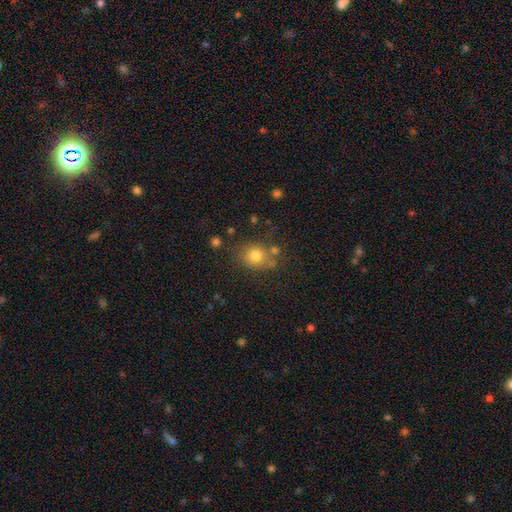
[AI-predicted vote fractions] Smooth or featured?
  - smooth: 78% *
  - star or artifact: 13%
  - featured or disk: 9%
How rounded?
  - round: 73% *
  - in between: 26%
  - cigar-shaped: 1%
Merging?
  - none: 69% *
  - minor disturbance: 15%
  - merger: 12%
  - major disturbance: 5%